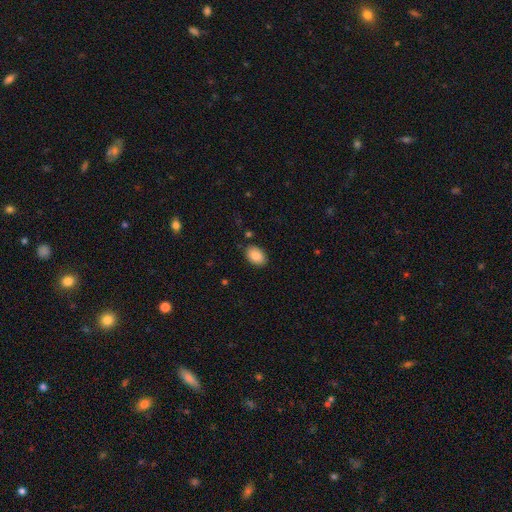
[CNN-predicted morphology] Smooth or featured? smooth (88%)
How rounded? in between (87%)
Merging? none (85%)